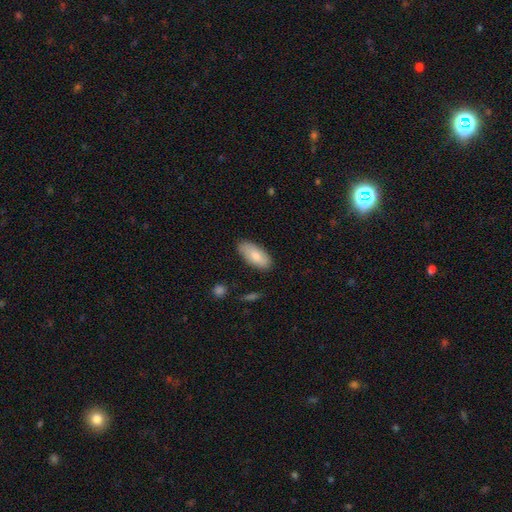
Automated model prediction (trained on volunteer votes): smooth-or-featured: smooth: 79% | featured or disk: 15% | star or artifact: 6%
  how-rounded: in between: 91% | cigar-shaped: 7% | round: 2%
  merging: none: 83% | minor disturbance: 13% | major disturbance: 3% | merger: 2%